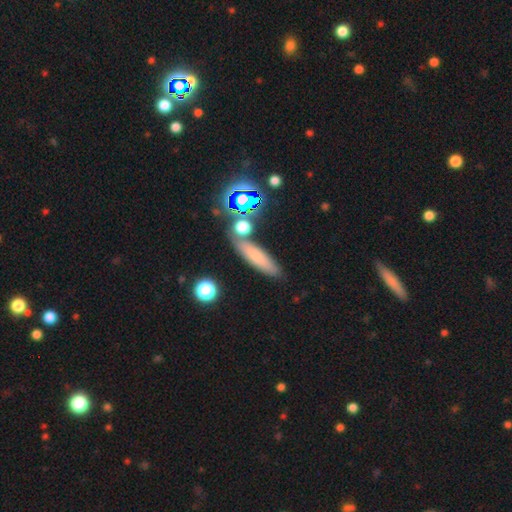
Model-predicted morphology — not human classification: smooth-or-featured: smooth: 67% | star or artifact: 17% | featured or disk: 16%
  how-rounded: cigar-shaped: 69% | in between: 25% | round: 6%
  merging: none: 77% | minor disturbance: 11% | merger: 8% | major disturbance: 4%